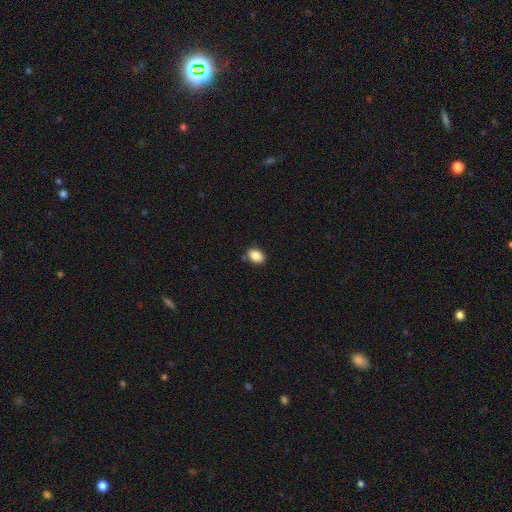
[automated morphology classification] Smooth or featured: smooth — 87% (star or artifact — 8%)
How rounded: in between — 70% (round — 29%)
Merging: none — 83% (minor disturbance — 11%)